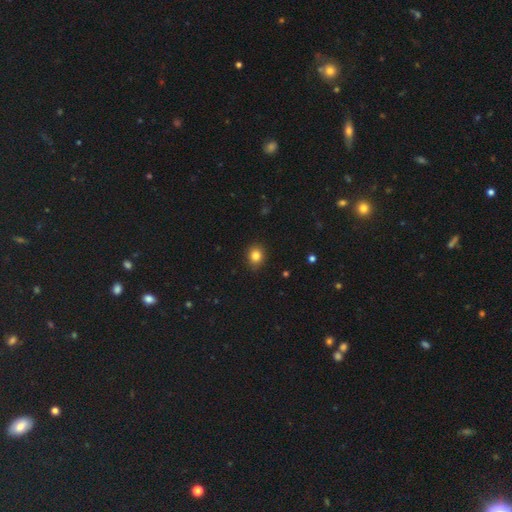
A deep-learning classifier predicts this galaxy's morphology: smooth 83%, star or artifact 11%, featured or disk 5%. Down the decision tree: how rounded — round (75%); merging — none (89%).